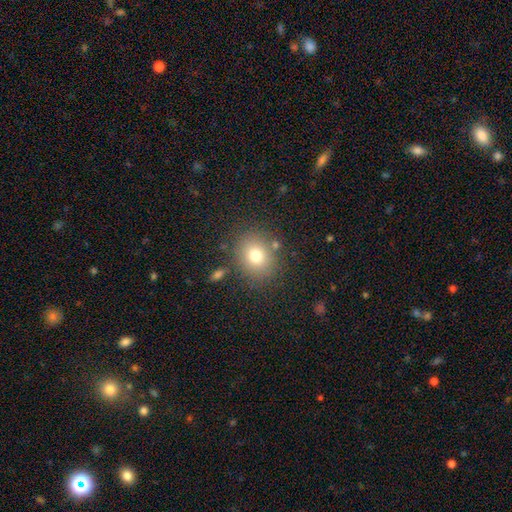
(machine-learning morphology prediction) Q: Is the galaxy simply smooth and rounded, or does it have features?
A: smooth — 75%.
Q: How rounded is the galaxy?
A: round — 69%.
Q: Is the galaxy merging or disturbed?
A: none — 81%.